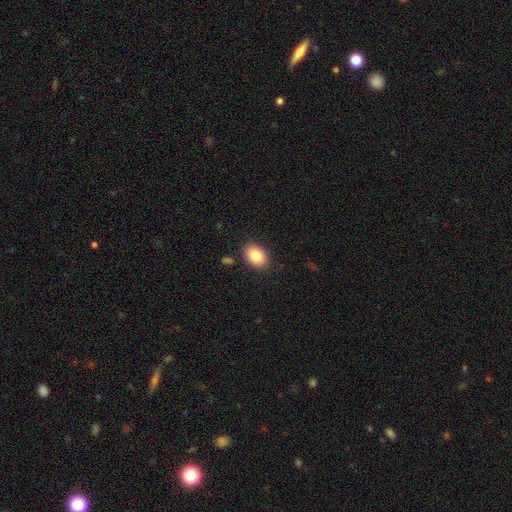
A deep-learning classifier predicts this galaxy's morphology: type=smooth (84%); roundness=in between (77%); merging=none (87%).